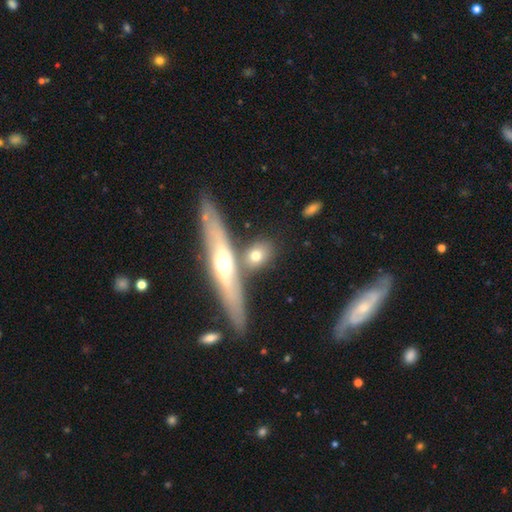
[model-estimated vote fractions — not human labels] The model was most divided on "how rounded": in between: 42%, round: 32%, cigar-shaped: 26%. More confident: smooth or featured — smooth (65%); merging — none (64%).